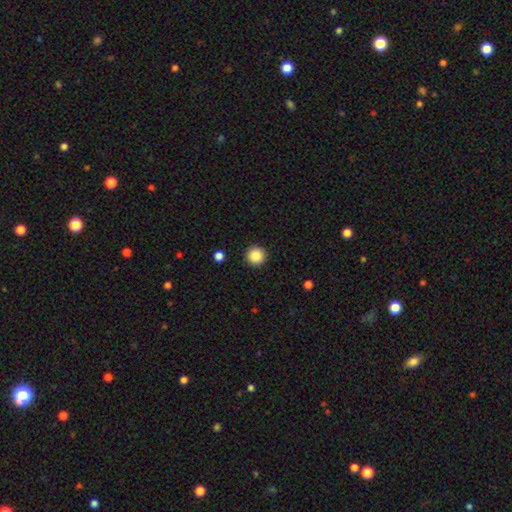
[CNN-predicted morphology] Overall: smooth (87%). How rounded: round (96%). Merging: none (93%).